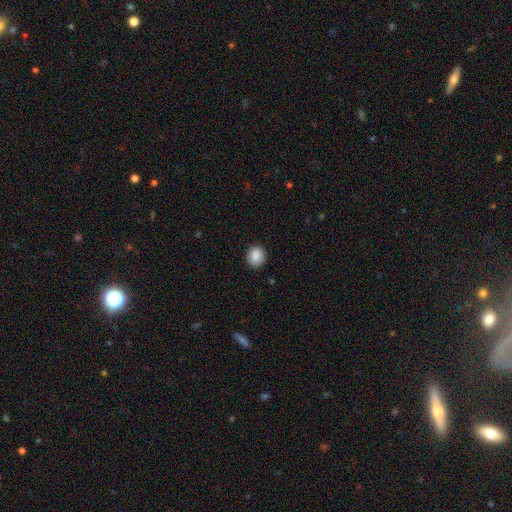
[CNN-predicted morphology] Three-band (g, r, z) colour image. It shows a smooth galaxy with no disk features (88%) that is round (75%). Merging: none (88%).